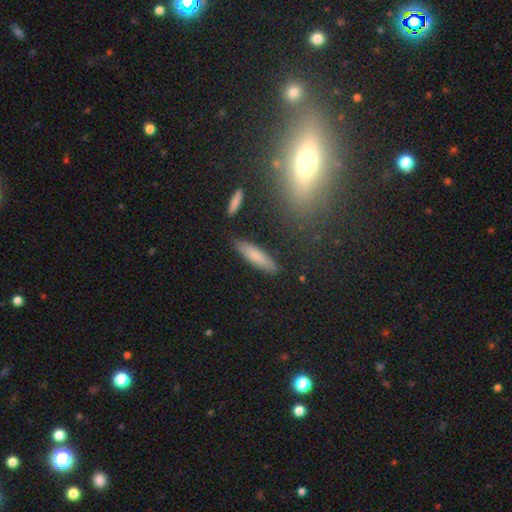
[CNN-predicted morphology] smooth-or-featured: smooth: 76% | featured or disk: 17% | star or artifact: 7%
  how-rounded: cigar-shaped: 73% | in between: 25% | round: 2%
  merging: none: 84% | minor disturbance: 11% | merger: 3% | major disturbance: 2%